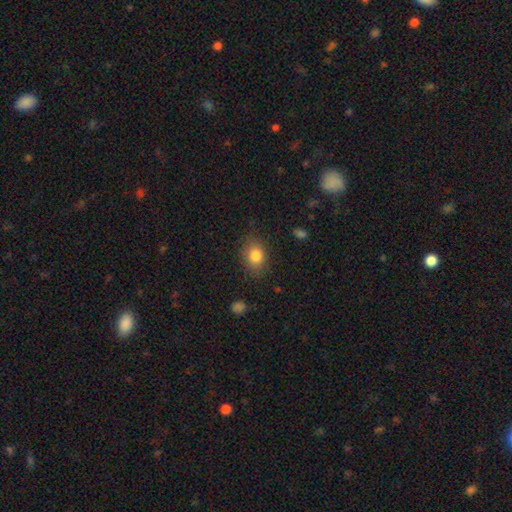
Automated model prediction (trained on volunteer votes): smooth-or-featured: smooth: 82% | star or artifact: 10% | featured or disk: 9%
  how-rounded: in between: 62% | round: 37% | cigar-shaped: 1%
  merging: none: 83% | minor disturbance: 12% | major disturbance: 4% | merger: 1%